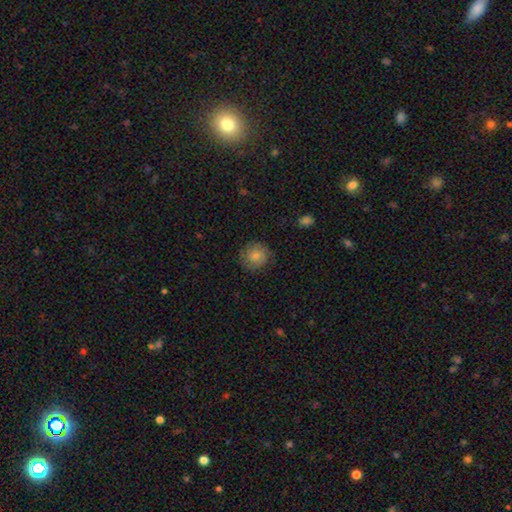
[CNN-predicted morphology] Smooth or featured?
  - smooth: 62% *
  - featured or disk: 27%
  - star or artifact: 12%
How rounded?
  - round: 90% *
  - in between: 9%
  - cigar-shaped: 1%
Merging?
  - none: 83% *
  - minor disturbance: 12%
  - major disturbance: 4%
  - merger: 1%